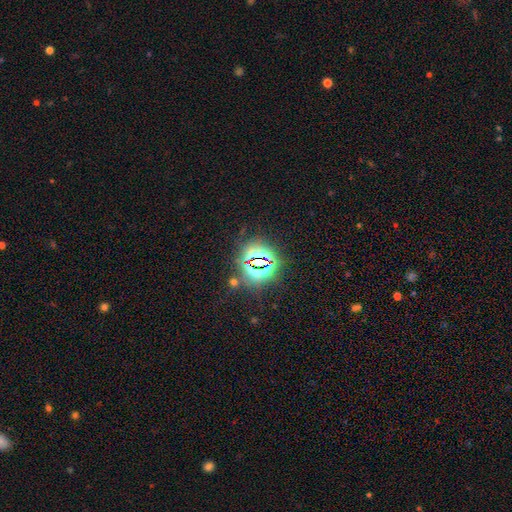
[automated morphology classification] smooth-or-featured: star or artifact: 85% | smooth: 9% | featured or disk: 6%